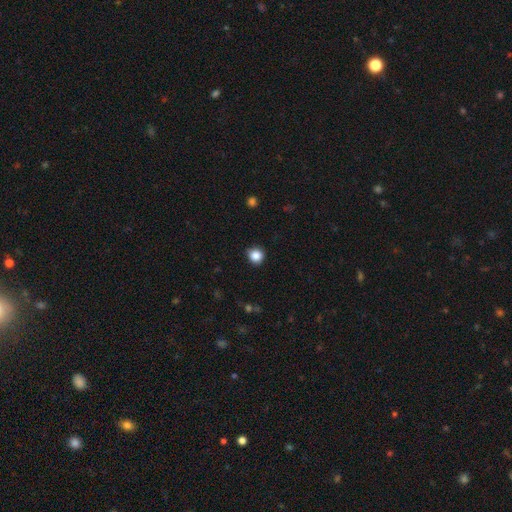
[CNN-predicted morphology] Overall: smooth (86%). How rounded: round (90%). Merging: none (86%).